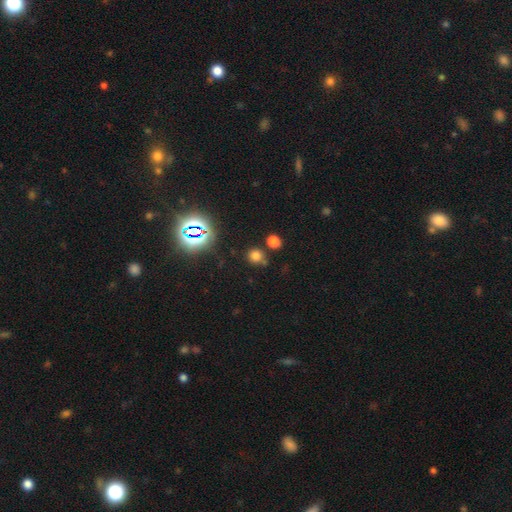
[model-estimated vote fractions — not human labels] smooth_or_featured: smooth (p=0.70) [alt: star or artifact p=0.24]
how_rounded: round (p=0.84) [alt: in between p=0.14]
merging: none (p=0.73) [alt: merger p=0.12]